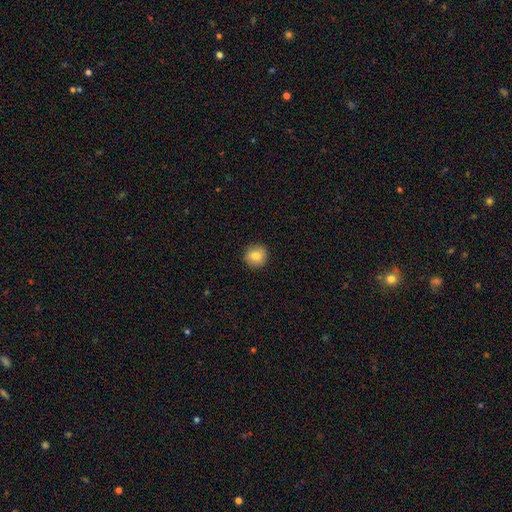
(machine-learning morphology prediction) smooth-or-featured: smooth: 82% | featured or disk: 9% | star or artifact: 9%
  how-rounded: round: 91% | in between: 8% | cigar-shaped: 1%
  merging: none: 89% | minor disturbance: 8% | major disturbance: 2% | merger: 1%